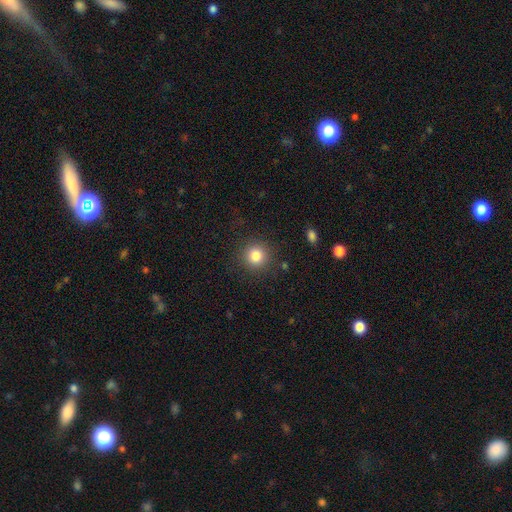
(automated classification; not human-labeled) Smooth or featured?
  - smooth: 83% *
  - star or artifact: 11%
  - featured or disk: 6%
How rounded?
  - round: 93% *
  - in between: 6%
  - cigar-shaped: 1%
Merging?
  - none: 88% *
  - minor disturbance: 7%
  - major disturbance: 3%
  - merger: 1%